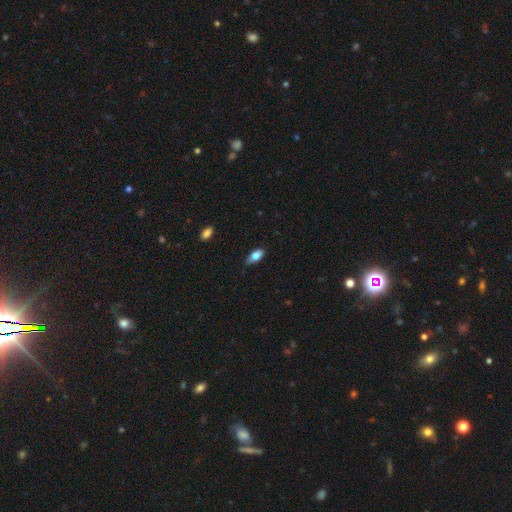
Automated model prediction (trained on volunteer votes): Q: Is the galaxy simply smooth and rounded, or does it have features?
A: smooth — 79%.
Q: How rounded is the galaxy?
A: in between — 85%.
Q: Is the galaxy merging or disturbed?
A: none — 75%.